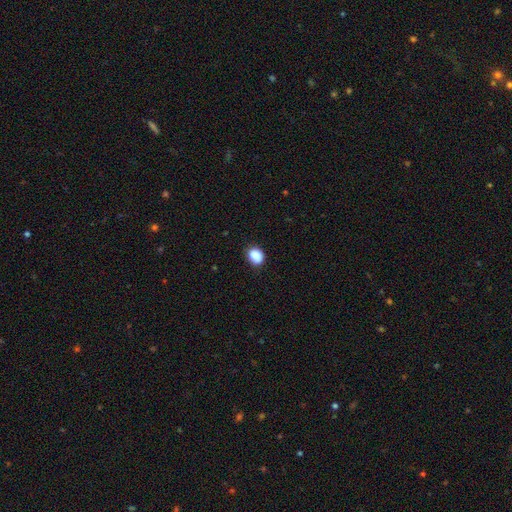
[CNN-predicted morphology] This is clearly a smooth galaxy (89%). How rounded: possibly in between (55%). Merging: clearly none (84%).